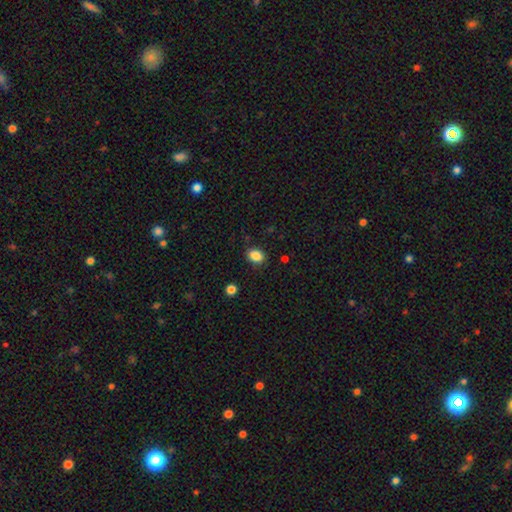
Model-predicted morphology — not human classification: Smooth or featured: smooth — 86% (star or artifact — 10%)
How rounded: in between — 68% (round — 31%)
Merging: none — 85% (minor disturbance — 11%)